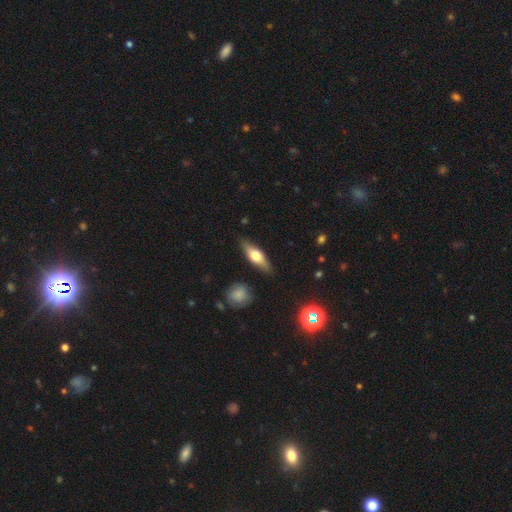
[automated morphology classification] This appears to be a smooth galaxy with no disk features (52%) that is in between round and cigar-shaped (51%). Merging: none (85%).